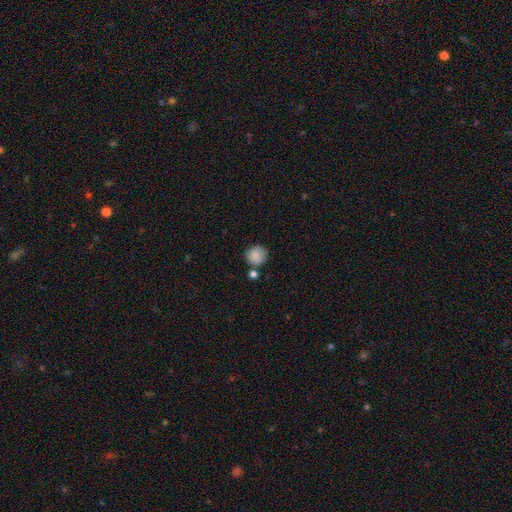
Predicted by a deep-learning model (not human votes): Smooth or featured? smooth (87%)
How rounded? round (90%)
Merging? none (74%)